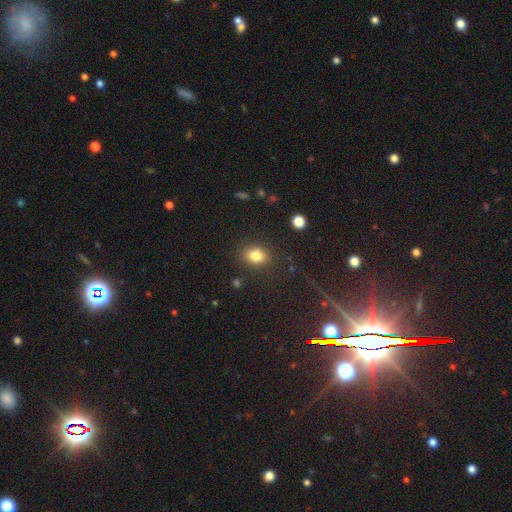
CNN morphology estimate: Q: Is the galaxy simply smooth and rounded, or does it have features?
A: smooth — 82%.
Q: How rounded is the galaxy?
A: in between — 68%.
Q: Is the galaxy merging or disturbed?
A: none — 84%.